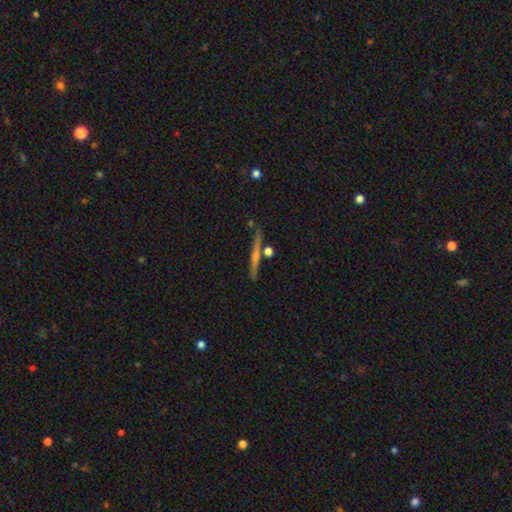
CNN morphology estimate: The model was most divided on "edge-on bulge": rounded: 66%, none: 28%, boxy: 6%. More confident: edge-on disk — yes (97%); merging — none (83%); smooth or featured — featured or disk (66%).